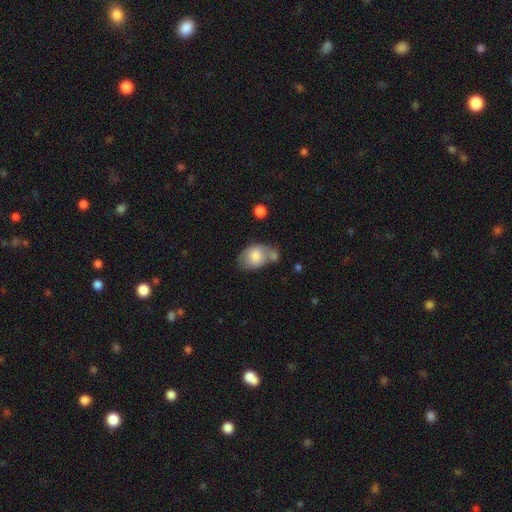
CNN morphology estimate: This is likely a smooth galaxy (76%). How rounded: likely in between (77%). Merging: marginally none (38%).